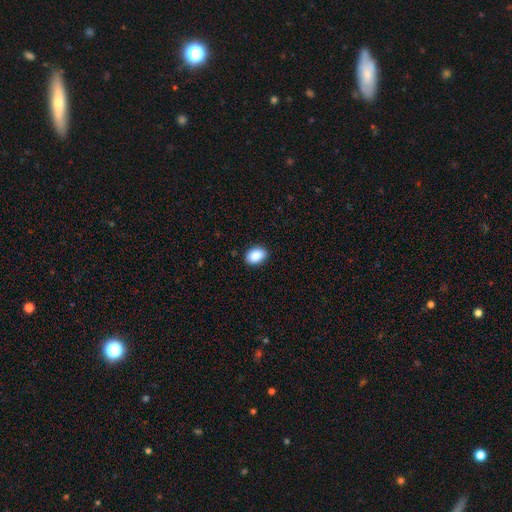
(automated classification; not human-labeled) Smooth or featured? Predicted: smooth (p=0.89). How rounded? Predicted: in between (p=0.81). Merging? Predicted: none (p=0.88).